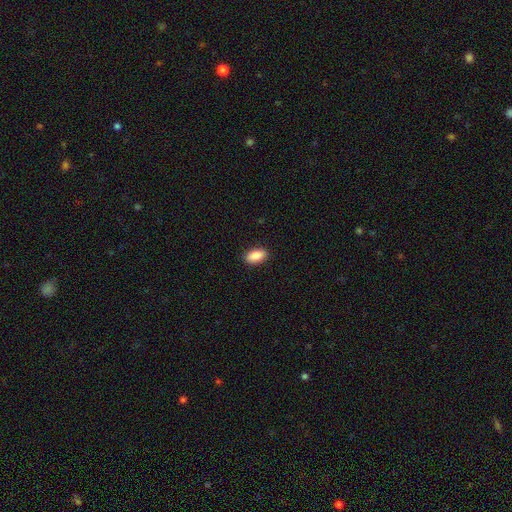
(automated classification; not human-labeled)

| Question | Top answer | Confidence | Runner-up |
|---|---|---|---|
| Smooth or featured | smooth | 88% | star or artifact (7%) |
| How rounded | in between | 92% | cigar-shaped (5%) |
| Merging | none | 90% | minor disturbance (7%) |